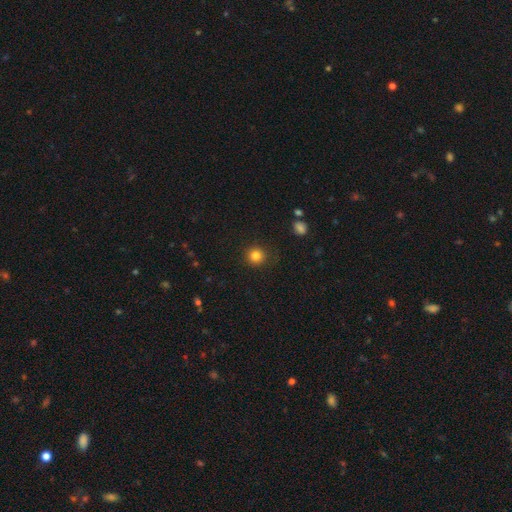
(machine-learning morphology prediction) smooth_or_featured: smooth (p=0.83) [alt: star or artifact p=0.12]
how_rounded: round (p=0.94) [alt: in between p=0.05]
merging: none (p=0.89) [alt: minor disturbance p=0.08]